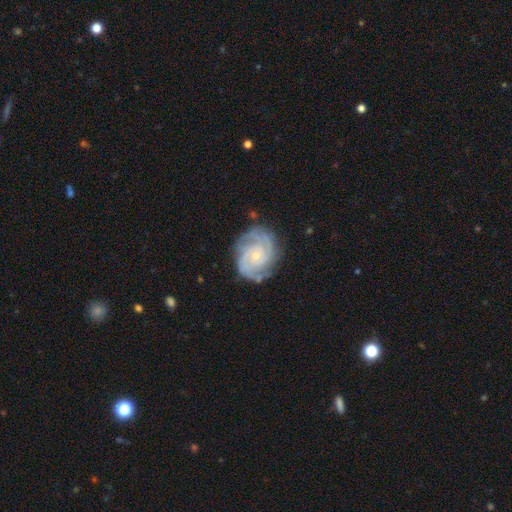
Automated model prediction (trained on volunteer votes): smooth-or-featured: featured or disk: 89% | smooth: 6% | star or artifact: 5%
  disk-edge-on: no: 98% | yes: 2%
    bar: no: 70% | weak: 25% | strong: 5%
    has-spiral-arms: yes: 98% | no: 2%
      spiral-winding: tight: 68% | medium: 28% | loose: 4%
      spiral-arm-count: 2: 48% | 3: 24% | can't tell: 12% | 4: 8% | more than 4: 4% | 1: 4%
    bulge-size: small: 79% | moderate: 16% | none: 3% | large: 1% | dominant: 1%
  merging: none: 76% | minor disturbance: 17% | major disturbance: 5% | merger: 2%